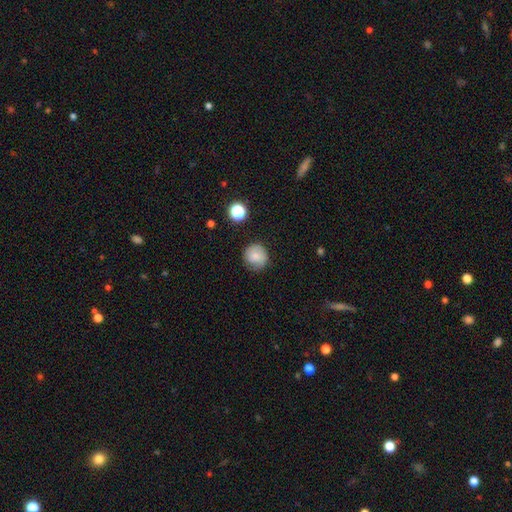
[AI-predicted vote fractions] A smooth galaxy with no disk features (75%) that is round (91%). Merging: none (77%).